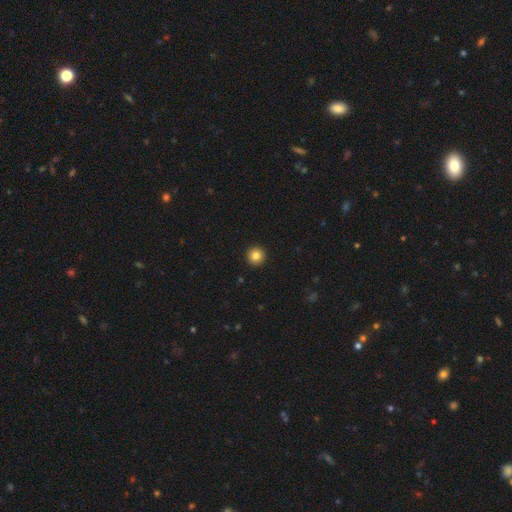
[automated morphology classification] type=smooth (84%); roundness=round (96%); merging=none (94%).